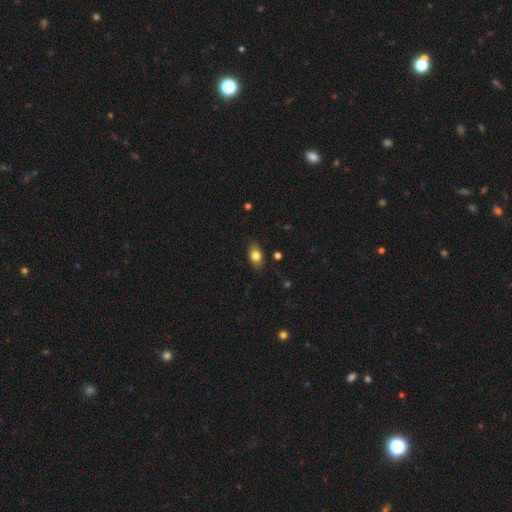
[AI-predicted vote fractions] Q: Smooth or featured?
A: smooth (79%); runner-up: featured or disk (13%)
Q: How rounded?
A: in between (84%); runner-up: round (12%)
Q: Merging?
A: none (82%); runner-up: minor disturbance (13%)